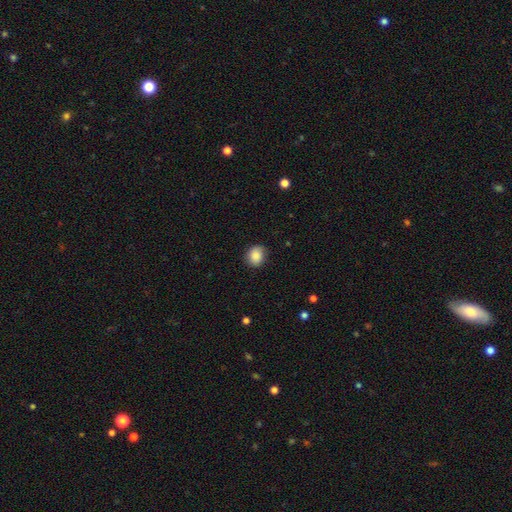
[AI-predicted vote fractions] Morphology: type=smooth (87%); roundness=round (63%); merging=none (84%).